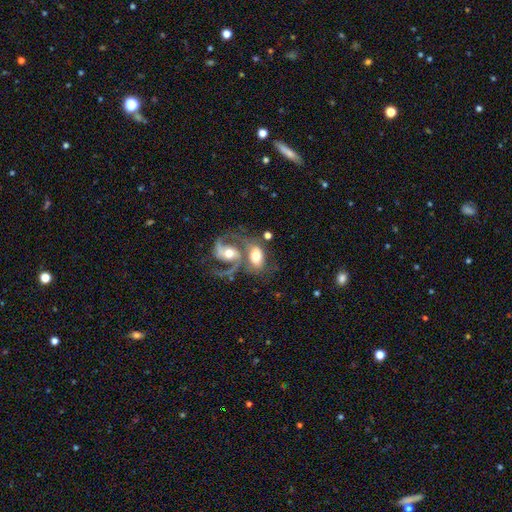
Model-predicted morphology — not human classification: A featured or disk galaxy (61%) with no bar (45%), 2 (80%) medium (49%) spiral arms (87%) and a moderate central bulge (59%). Merging: merger (58%).